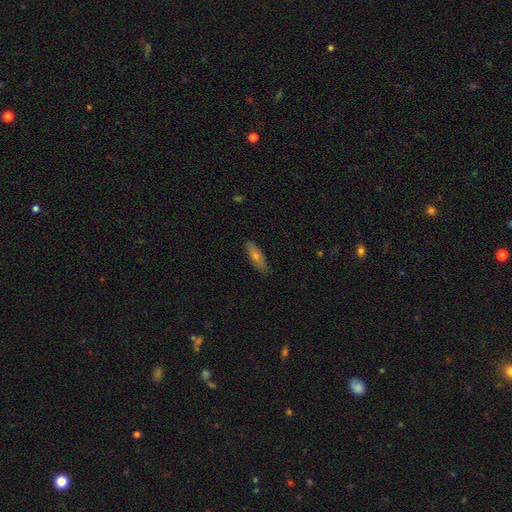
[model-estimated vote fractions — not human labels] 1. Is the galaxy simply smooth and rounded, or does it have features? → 58% smooth, 33% featured or disk, 9% star or artifact.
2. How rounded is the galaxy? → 50% cigar-shaped, 48% in between, 3% round.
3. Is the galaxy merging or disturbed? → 84% none, 13% minor disturbance, 2% major disturbance, 1% merger.